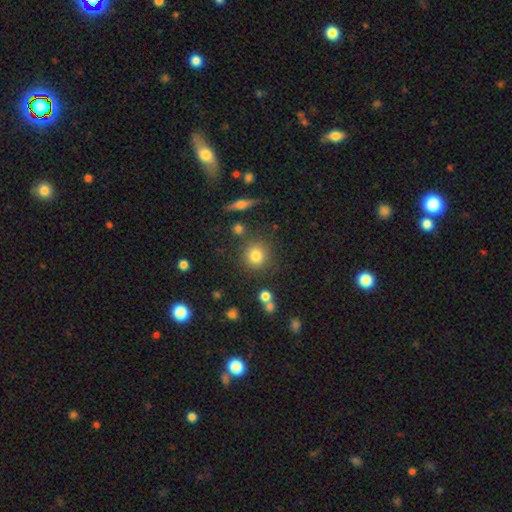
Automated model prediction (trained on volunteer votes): Smooth or featured? Predicted: smooth (p=0.79). How rounded? Predicted: round (p=0.90). Merging? Predicted: none (p=0.81).